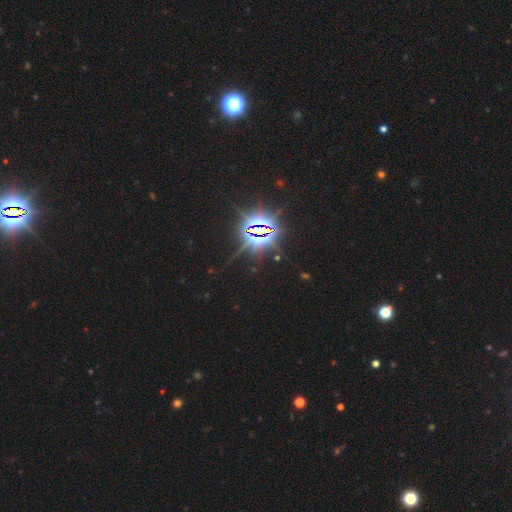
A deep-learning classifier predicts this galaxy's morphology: The model was most divided on "smooth or featured": star or artifact: 85%, smooth: 9%, featured or disk: 6%.